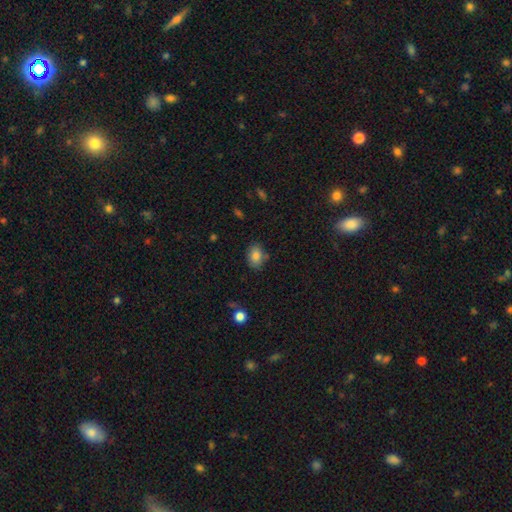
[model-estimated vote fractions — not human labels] The model was most divided on "how rounded": in between: 78%, round: 21%, cigar-shaped: 1%. More confident: smooth or featured — smooth (83%); merging — none (79%).